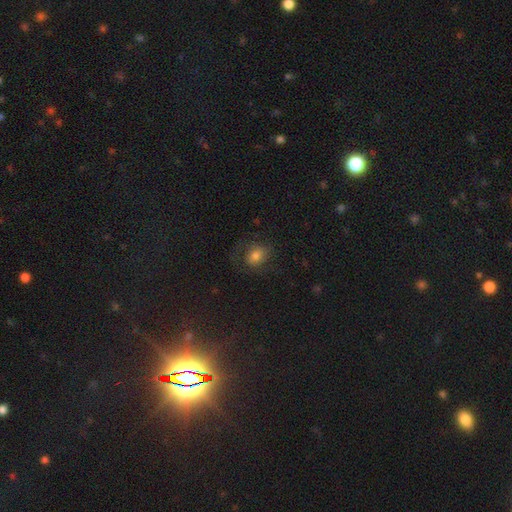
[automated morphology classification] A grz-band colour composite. It shows a smooth galaxy with no disk features (68%) that is in between round and cigar-shaped (53%). Merging: none (62%).